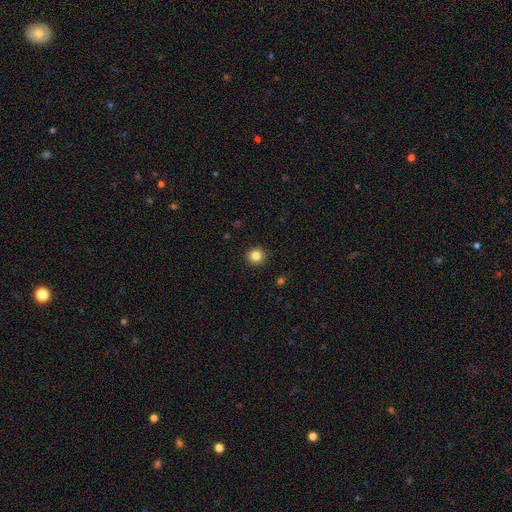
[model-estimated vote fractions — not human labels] smooth-or-featured: smooth: 84% | star or artifact: 11% | featured or disk: 5%
  how-rounded: round: 93% | in between: 6% | cigar-shaped: 1%
  merging: none: 92% | minor disturbance: 5% | major disturbance: 2% | merger: 1%